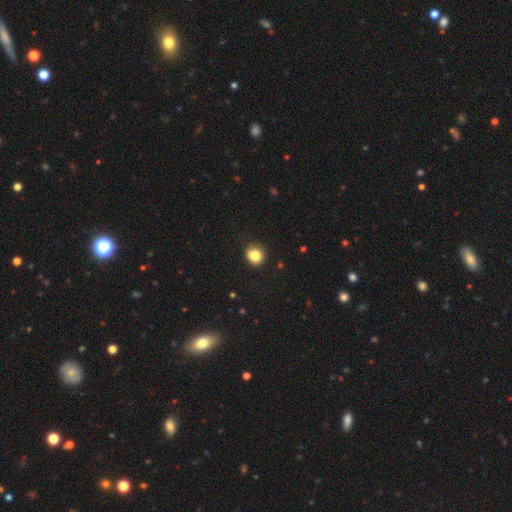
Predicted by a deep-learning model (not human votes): Smooth or featured: smooth — 85% (star or artifact — 11%)
How rounded: round — 83% (in between — 16%)
Merging: none — 83% (minor disturbance — 13%)